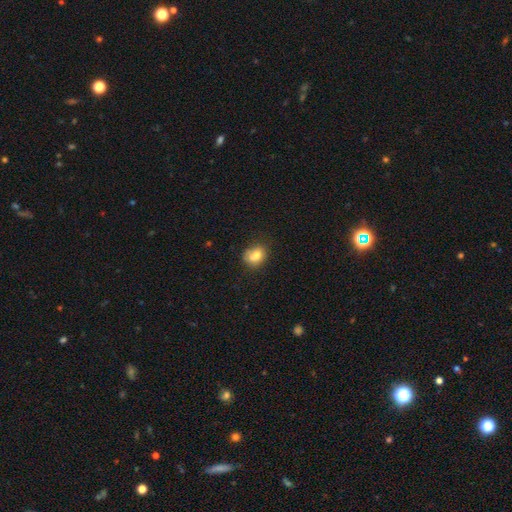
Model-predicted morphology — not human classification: A smooth galaxy with no disk features (73%) that is in between round and cigar-shaped (50%). Merging: none (46%).